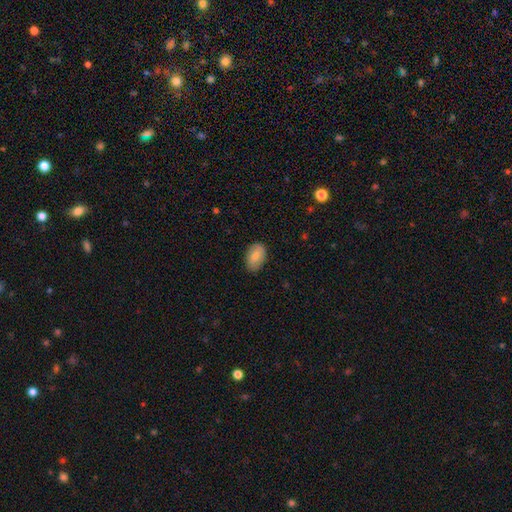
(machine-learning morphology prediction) This is likely a smooth galaxy (77%). How rounded: clearly in between (90%). Merging: clearly none (84%).